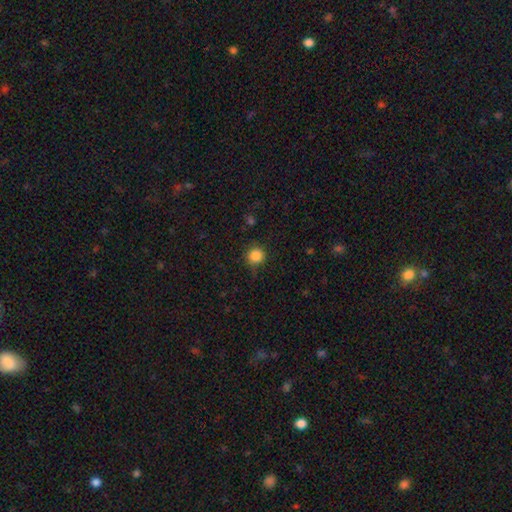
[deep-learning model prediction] Overall: smooth (85%). How rounded: round (93%). Merging: none (83%).